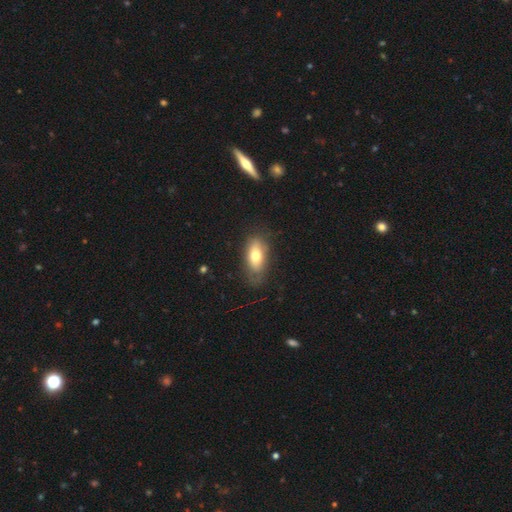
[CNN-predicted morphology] This appears to be a smooth galaxy with no disk features (68%) that is in between round and cigar-shaped (85%). Merging: none (68%).